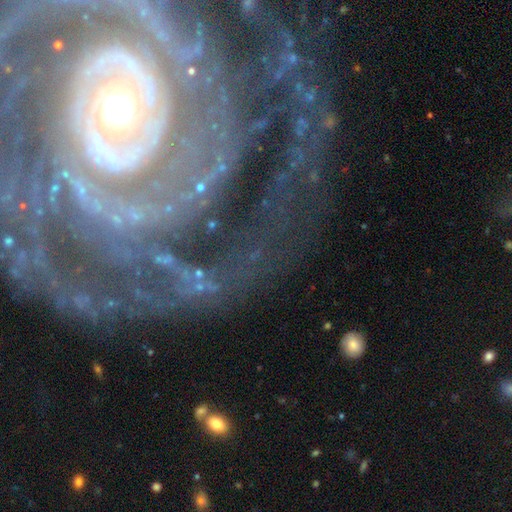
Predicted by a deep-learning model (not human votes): Smooth or featured: featured or disk — 78% (star or artifact — 12%)
Edge-on disk: no — 94% (yes — 6%)
Bar: no — 36% (strong — 34%)
Spiral arms: yes — 90% (no — 10%)
Spiral winding: tight — 64% (medium — 26%)
Spiral arm count: 2 — 28% (can't tell — 26%)
Bulge size: small — 48% (moderate — 37%)
Merging: none — 70% (minor disturbance — 15%)